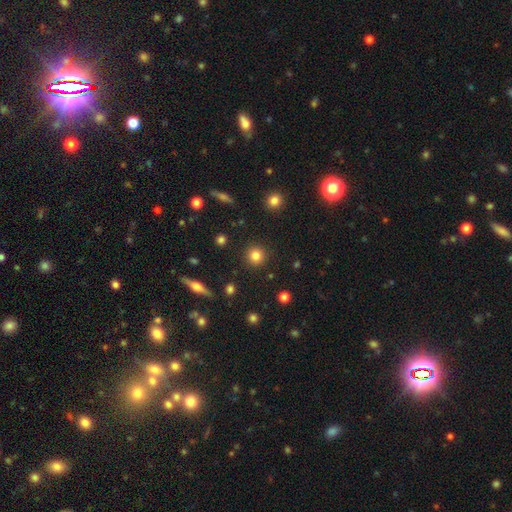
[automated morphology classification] Q: Smooth or featured?
A: smooth (83%); runner-up: star or artifact (11%)
Q: How rounded?
A: round (94%); runner-up: in between (5%)
Q: Merging?
A: none (91%); runner-up: minor disturbance (5%)